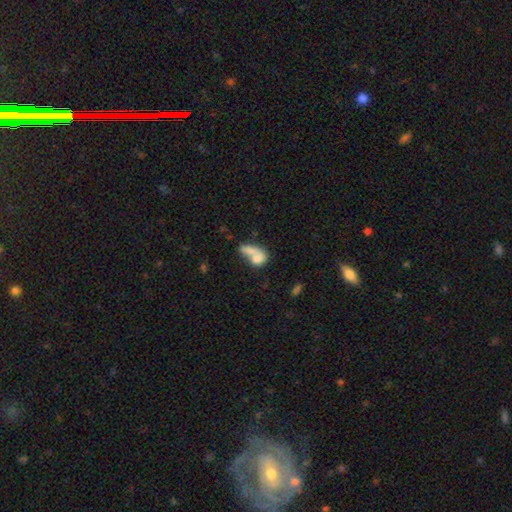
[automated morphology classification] This is likely a smooth galaxy (70%). How rounded: likely in between (70%). Merging: possibly merger (60%).